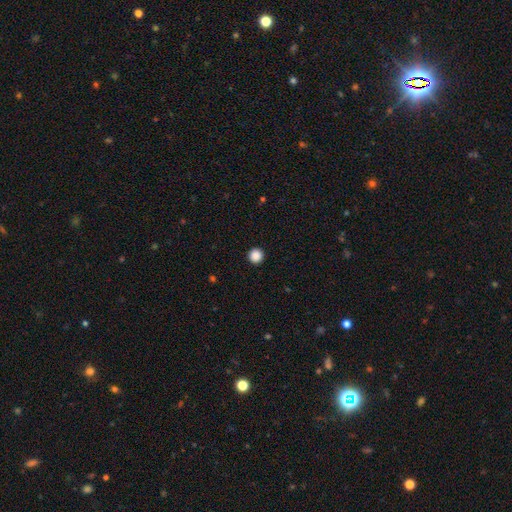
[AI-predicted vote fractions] Smooth or featured? Predicted: smooth (p=0.88). How rounded? Predicted: round (p=0.97). Merging? Predicted: none (p=0.94).